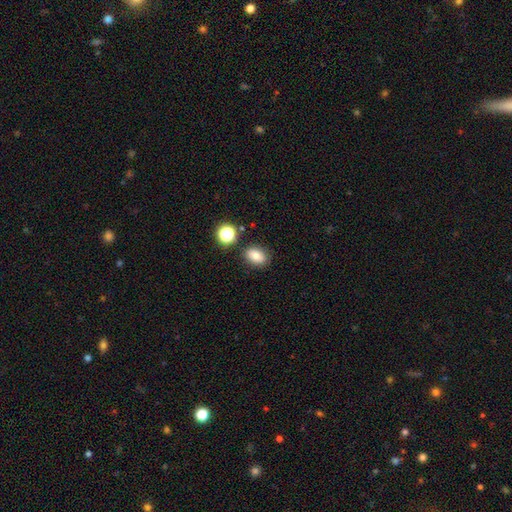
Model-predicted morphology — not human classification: Overall: smooth (80%). How rounded: in between (77%). Merging: none (83%).